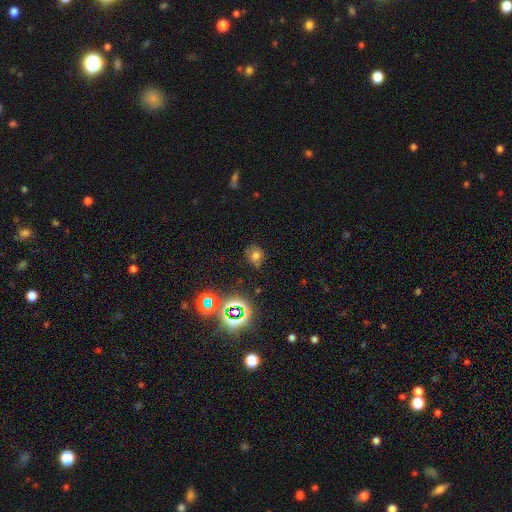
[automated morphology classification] Smooth or featured: smooth — 63% (star or artifact — 26%)
How rounded: round — 79% (in between — 19%)
Merging: none — 78% (minor disturbance — 15%)